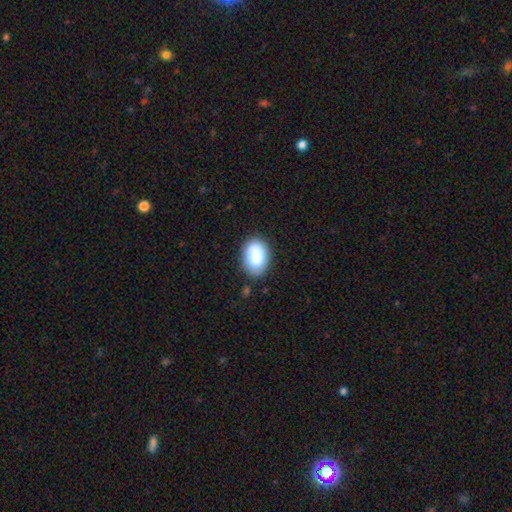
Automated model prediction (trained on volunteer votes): This appears to be a smooth galaxy with no disk features (87%) that is in between round and cigar-shaped (85%). Merging: none (78%).